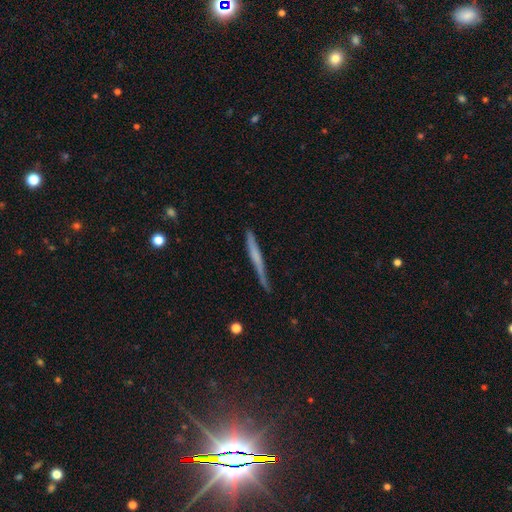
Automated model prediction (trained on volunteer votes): The model was most divided on "smooth or featured": featured or disk: 47%, smooth: 46%, star or artifact: 7%. More confident: merging — none (75%).